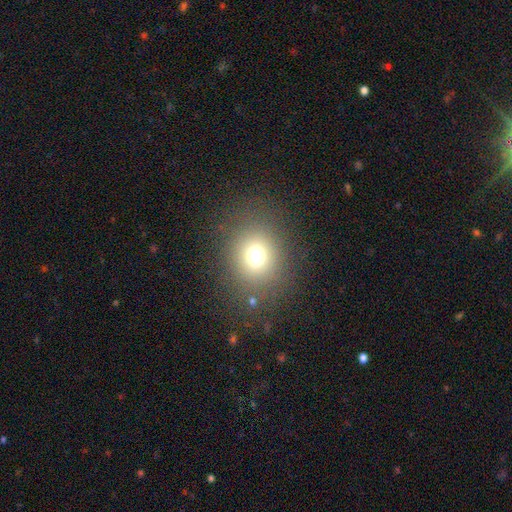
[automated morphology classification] This is likely a smooth galaxy (71%). How rounded: likely round (76%). Merging: clearly none (83%).